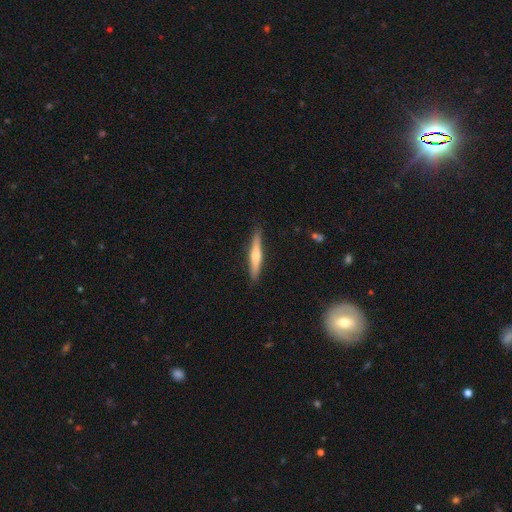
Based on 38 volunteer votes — A featured or disk galaxy (74%) viewed edge-on (96%) with a rounded central bulge (96%).

Vote fractions:
- Smooth or featured? featured or disk: 74% / smooth: 21% / star or artifact: 5%
- Edge-on disk? yes: 96% / no: 4%
- Edge-on bulge? rounded: 96% / none: 4% / boxy: 0%
- Merging? none: 92% / minor disturbance: 8% / major disturbance: 0% / merger: 0%